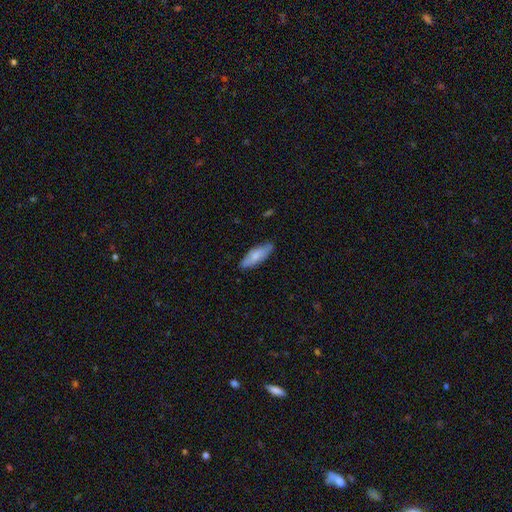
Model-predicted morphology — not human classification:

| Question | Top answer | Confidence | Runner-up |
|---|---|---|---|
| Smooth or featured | smooth | 70% | featured or disk (24%) |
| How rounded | in between | 65% | cigar-shaped (33%) |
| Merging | none | 77% | minor disturbance (18%) |